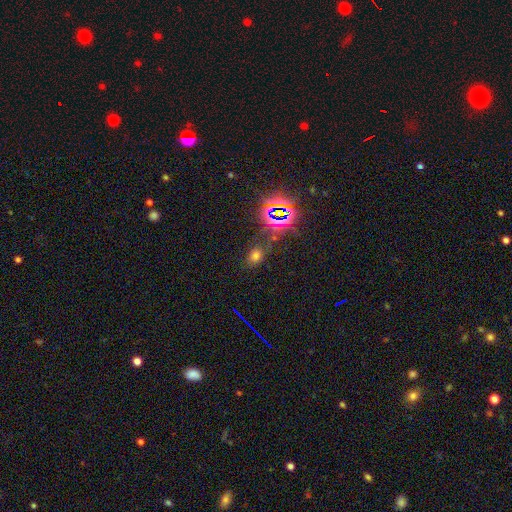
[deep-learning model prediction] Smooth or featured: smooth — 52% (star or artifact — 40%)
How rounded: in between — 66% (round — 31%)
Merging: none — 77% (minor disturbance — 14%)